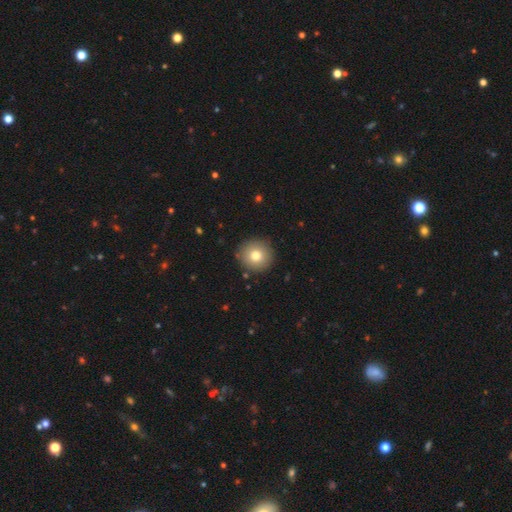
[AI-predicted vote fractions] smooth_or_featured: smooth (p=0.77) [alt: featured or disk p=0.13]
how_rounded: round (p=0.95) [alt: in between p=0.04]
merging: none (p=0.91) [alt: minor disturbance p=0.06]